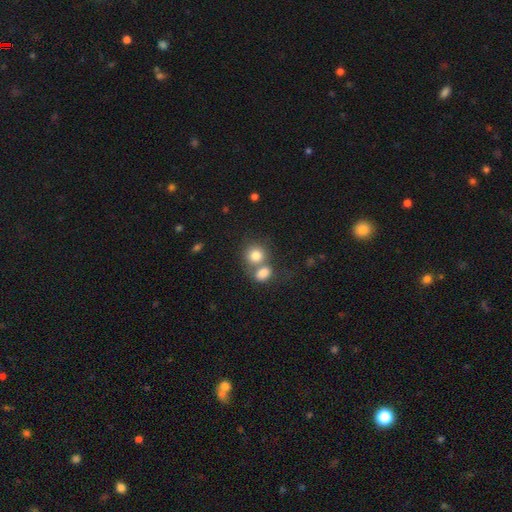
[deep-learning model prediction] The model was most divided on "merging": merger: 51%, none: 37%, minor disturbance: 8%, major disturbance: 4%. More confident: smooth or featured — smooth (80%); how rounded — round (76%).